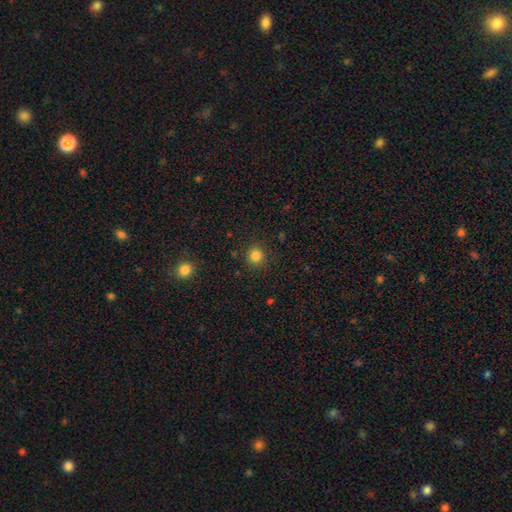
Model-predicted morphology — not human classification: The model was most divided on "smooth or featured": smooth: 83%, star or artifact: 13%, featured or disk: 4%. More confident: how rounded — round (92%); merging — none (89%).